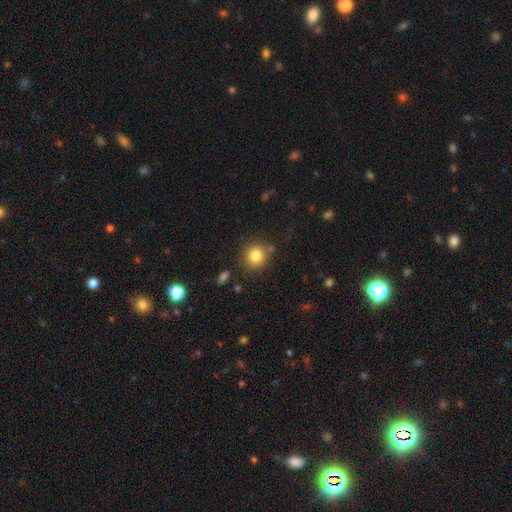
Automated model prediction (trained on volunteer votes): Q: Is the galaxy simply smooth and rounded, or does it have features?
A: smooth — 83%.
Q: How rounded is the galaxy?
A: round — 90%.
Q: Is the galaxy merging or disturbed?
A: none — 80%.